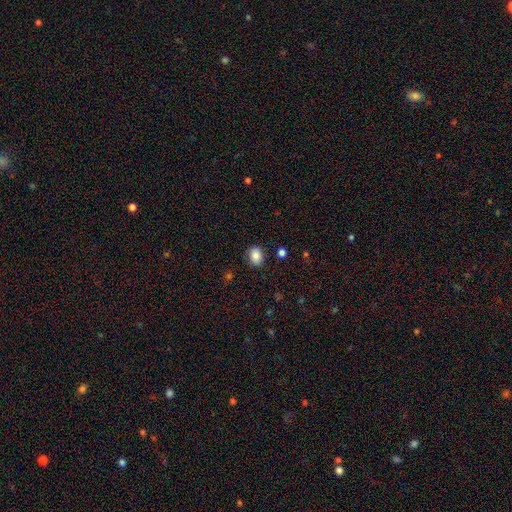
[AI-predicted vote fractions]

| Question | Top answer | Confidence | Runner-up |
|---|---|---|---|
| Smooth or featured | smooth | 85% | star or artifact (9%) |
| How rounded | in between | 65% | round (34%) |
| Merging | none | 87% | minor disturbance (9%) |